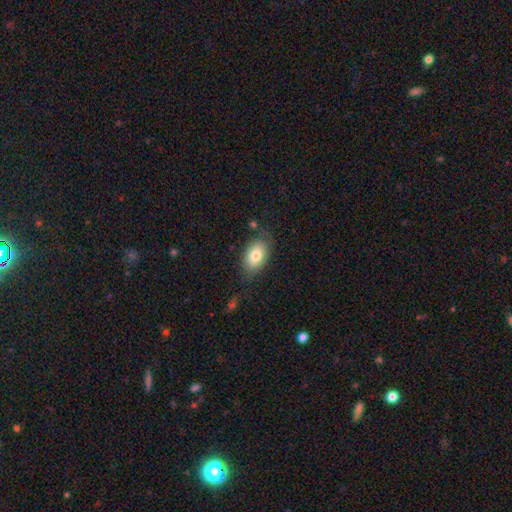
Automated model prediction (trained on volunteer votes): A smooth galaxy with no disk features (78%) that is in between round and cigar-shaped (89%).

Vote fractions:
- Smooth or featured? smooth: 78% / featured or disk: 15% / star or artifact: 7%
- How rounded? in between: 89% / round: 10% / cigar-shaped: 2%
- Merging? none: 68% / minor disturbance: 21% / major disturbance: 8% / merger: 3%